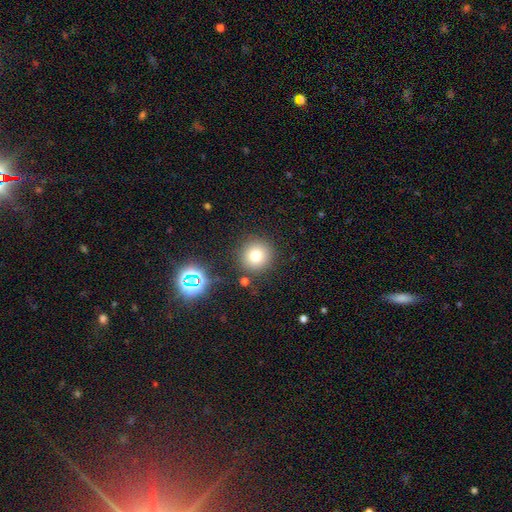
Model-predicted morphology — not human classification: Smooth or featured?
  - smooth: 75% *
  - star or artifact: 16%
  - featured or disk: 9%
How rounded?
  - round: 93% *
  - in between: 6%
  - cigar-shaped: 1%
Merging?
  - none: 86% *
  - minor disturbance: 8%
  - merger: 4%
  - major disturbance: 3%